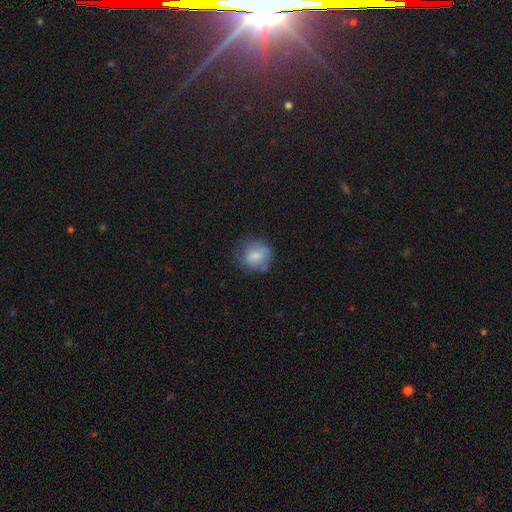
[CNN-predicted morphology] Q: Smooth or featured?
A: smooth (72%); runner-up: featured or disk (20%)
Q: How rounded?
A: round (76%); runner-up: in between (23%)
Q: Merging?
A: none (63%); runner-up: minor disturbance (25%)